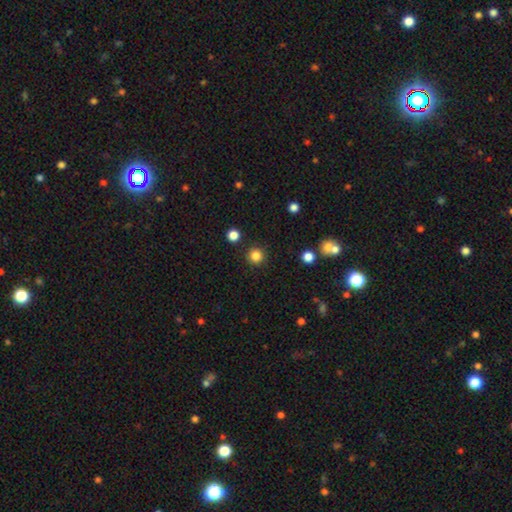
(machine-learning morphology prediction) smooth-or-featured: smooth: 84% | star or artifact: 12% | featured or disk: 4%
  how-rounded: round: 96% | in between: 4% | cigar-shaped: 1%
  merging: none: 92% | minor disturbance: 5% | major disturbance: 2% | merger: 2%